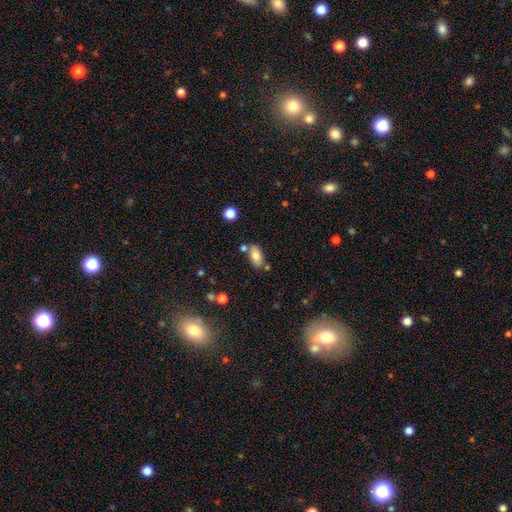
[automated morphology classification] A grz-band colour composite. It shows a smooth galaxy with no disk features (81%) that is in between round and cigar-shaped (92%). Merging: none (69%).